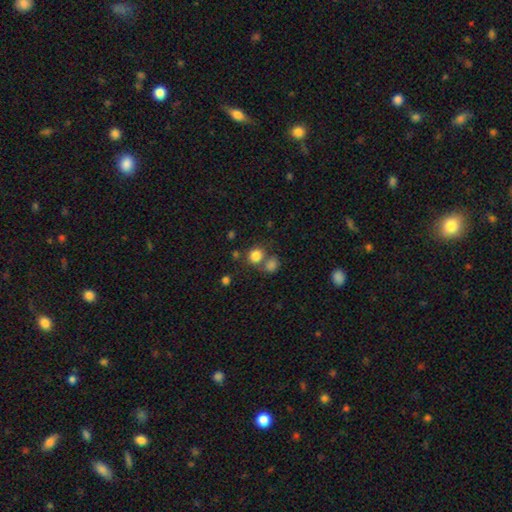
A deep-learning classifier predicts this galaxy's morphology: smooth 81%, star or artifact 13%, featured or disk 7%. Down the decision tree: how rounded — round (82%); merging — none (58%).